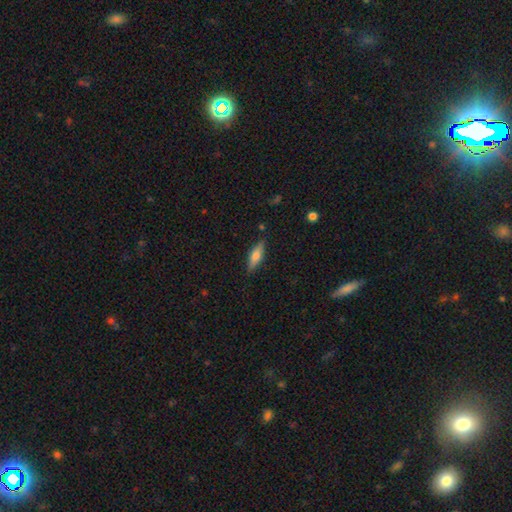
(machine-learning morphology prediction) type=smooth (58%); roundness=cigar-shaped (52%); merging=none (85%).